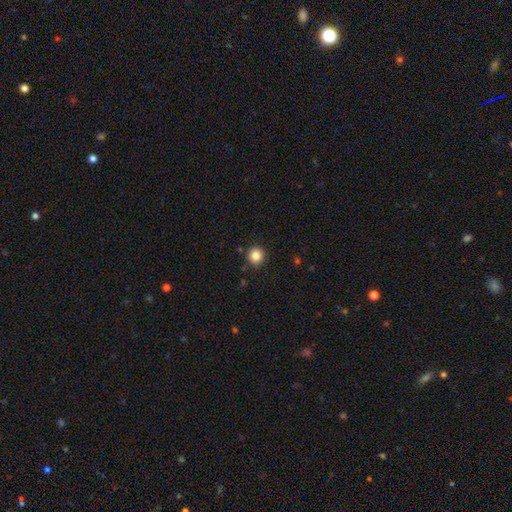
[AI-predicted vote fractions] This appears to be a smooth galaxy with no disk features (85%) that is round (95%). Merging: none (90%).